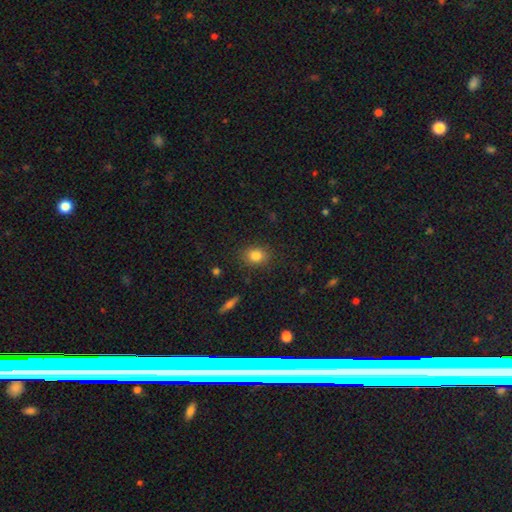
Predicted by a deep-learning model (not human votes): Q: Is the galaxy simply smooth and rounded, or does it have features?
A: smooth — 82%.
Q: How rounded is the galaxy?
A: round — 52%.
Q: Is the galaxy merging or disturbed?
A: none — 86%.